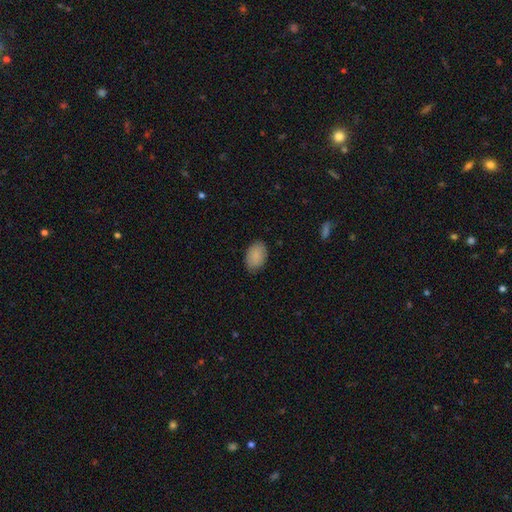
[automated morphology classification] Smooth or featured? Predicted: smooth (p=0.87). How rounded? Predicted: in between (p=0.87). Merging? Predicted: none (p=0.83).